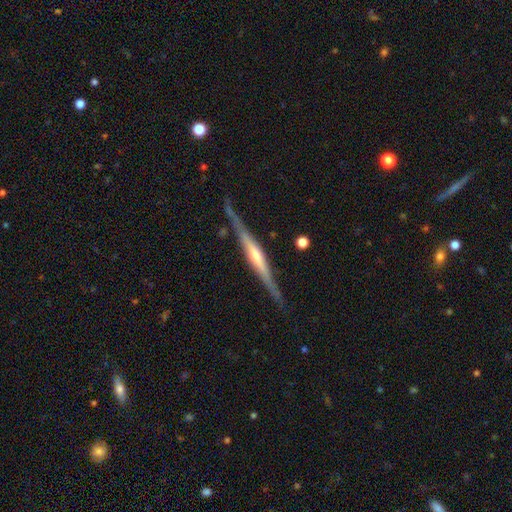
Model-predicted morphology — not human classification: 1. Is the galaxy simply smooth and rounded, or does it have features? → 78% featured or disk, 17% smooth, 5% star or artifact.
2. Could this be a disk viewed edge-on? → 97% yes, 3% no.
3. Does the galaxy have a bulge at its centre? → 56% rounded, 24% none, 20% boxy.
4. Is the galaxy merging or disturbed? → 81% none, 14% minor disturbance, 3% major disturbance, 2% merger.